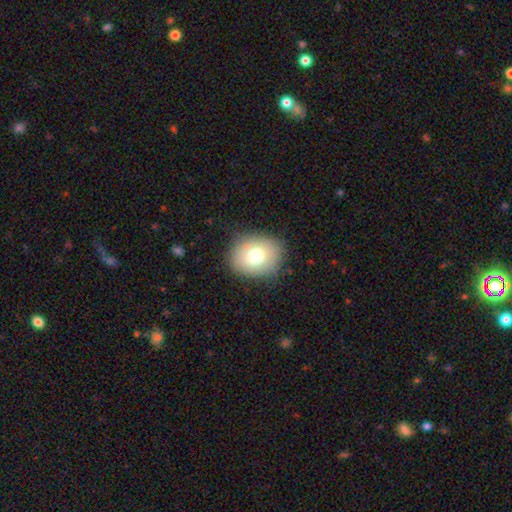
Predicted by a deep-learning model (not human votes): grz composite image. It shows a smooth galaxy with no disk features (75%) that is round (57%). Merging: none (84%).